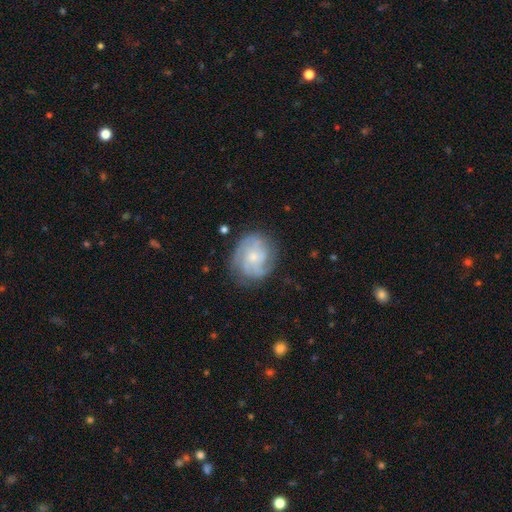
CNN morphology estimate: A featured or disk galaxy (73%) with no bar (65%), can't tell (28%, tied with 3) tight (59%) spiral arms (94%) and a small central bulge (55%). Merging: none (78%).